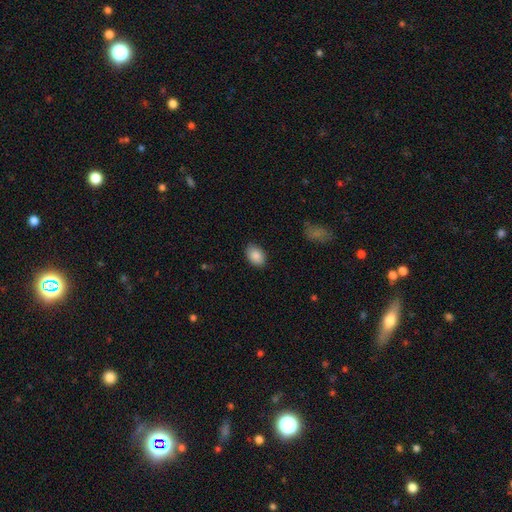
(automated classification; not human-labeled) Morphology: type=smooth (89%); roundness=in between (86%); merging=none (87%).